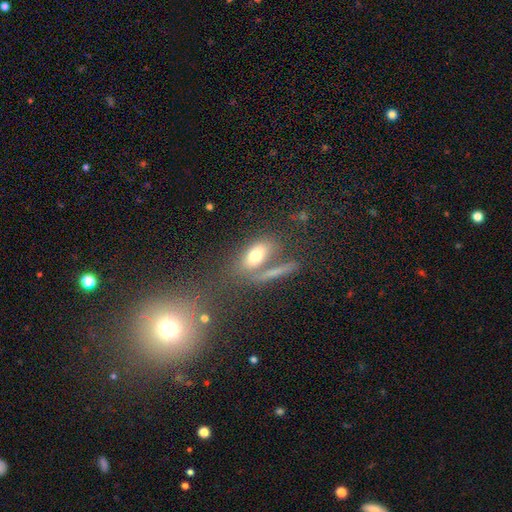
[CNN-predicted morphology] Q: Smooth or featured?
A: smooth (69%); runner-up: featured or disk (19%)
Q: How rounded?
A: in between (75%); runner-up: cigar-shaped (13%)
Q: Merging?
A: none (51%); runner-up: merger (25%)